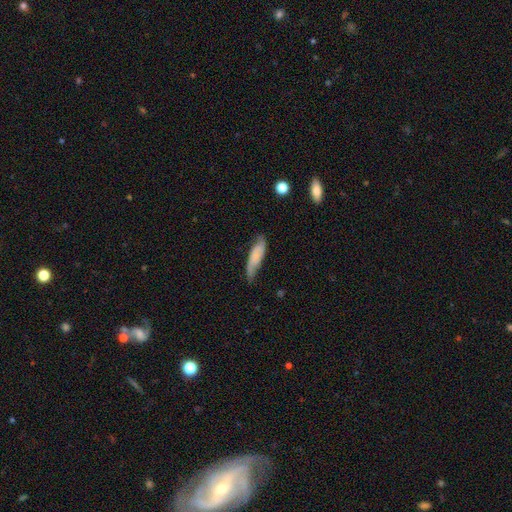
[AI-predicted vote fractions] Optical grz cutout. It shows a smooth galaxy with no disk features (62%) that is cigar-shaped (59%). Merging: none (60%).